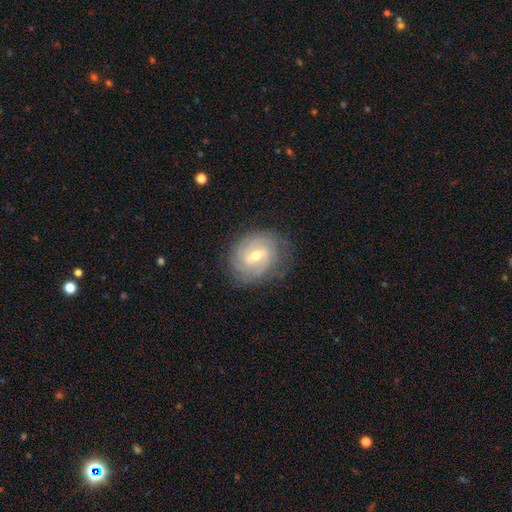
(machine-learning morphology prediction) smooth-or-featured: featured or disk: 81% | smooth: 13% | star or artifact: 6%
  disk-edge-on: no: 96% | yes: 4%
    bar: weak: 56% | strong: 28% | no: 17%
    has-spiral-arms: yes: 92% | no: 8%
      spiral-winding: tight: 69% | medium: 25% | loose: 7%
      spiral-arm-count: can't tell: 36% | 2: 29% | 3: 17% | 4: 9% | 1: 4% | more than 4: 4%
    bulge-size: moderate: 58% | small: 38% | large: 2% | none: 1% | dominant: 1%
  merging: none: 78% | minor disturbance: 16% | major disturbance: 5% | merger: 1%